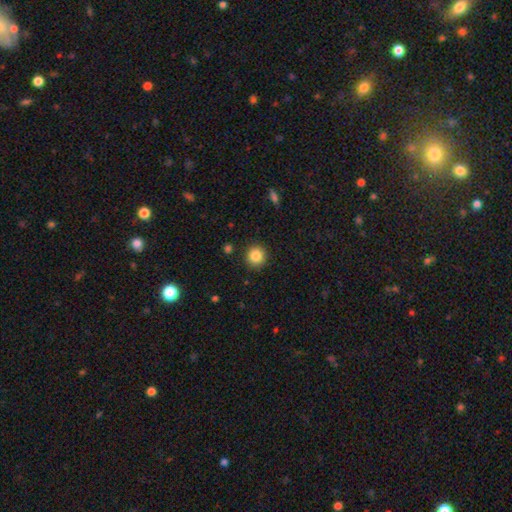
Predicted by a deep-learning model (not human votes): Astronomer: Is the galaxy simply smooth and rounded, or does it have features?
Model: smooth — 85%.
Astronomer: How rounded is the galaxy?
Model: round — 93%.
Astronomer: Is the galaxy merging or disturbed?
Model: none — 91%.